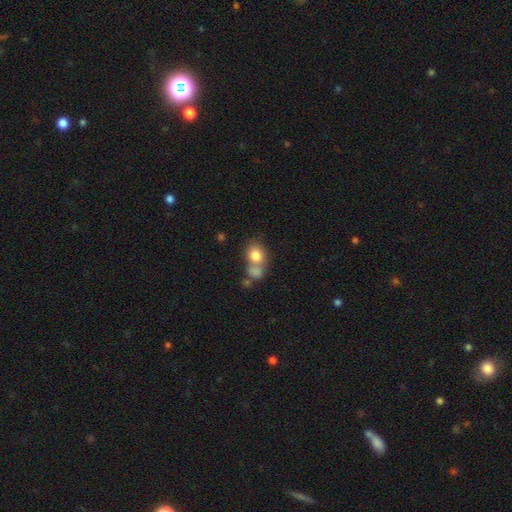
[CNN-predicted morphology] smooth 80%, featured or disk 11%, star or artifact 9%. Down the decision tree: how rounded — round (54%); merging — merger (47%).